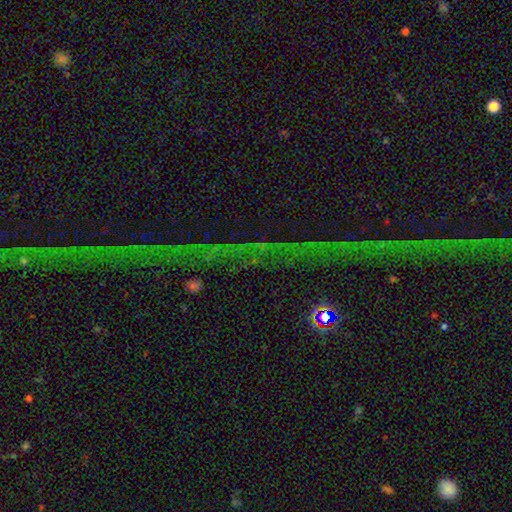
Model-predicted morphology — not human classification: The model was most divided on "smooth or featured": star or artifact: 82%, featured or disk: 11%, smooth: 7%.